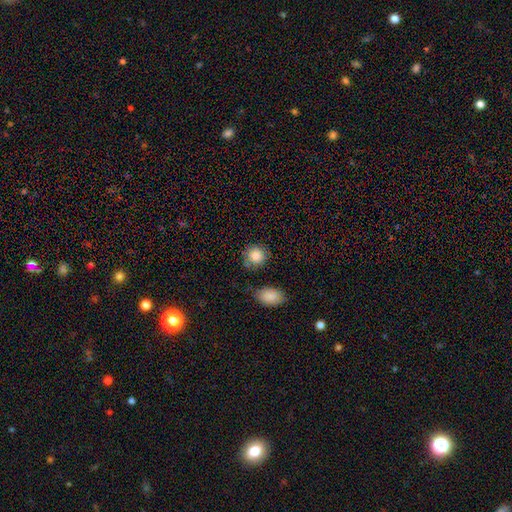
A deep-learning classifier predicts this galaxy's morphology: This appears to be a smooth galaxy with no disk features (85%) that is round (84%). Merging: none (74%).